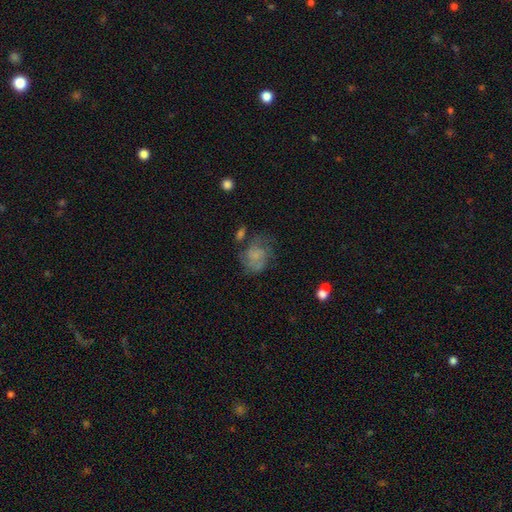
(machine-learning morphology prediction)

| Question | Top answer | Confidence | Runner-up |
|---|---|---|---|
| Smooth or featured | smooth | 47% | featured or disk (41%) |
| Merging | none | 46% | minor disturbance (25%) |